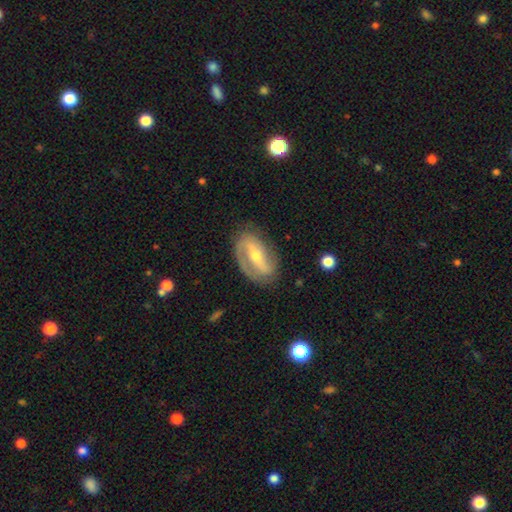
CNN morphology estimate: smooth-or-featured: featured or disk: 79% | smooth: 15% | star or artifact: 6%
  disk-edge-on: no: 93% | yes: 7%
    bar: strong: 53% | weak: 30% | no: 18%
    has-spiral-arms: yes: 87% | no: 13%
      spiral-winding: medium: 40% | tight: 33% | loose: 27%
      spiral-arm-count: 2: 76% | 1: 11% | can't tell: 9% | 3: 2% | 4: 1% | more than 4: 1%
    bulge-size: small: 50% | moderate: 46% | large: 2% | none: 1% | dominant: 1%
  merging: none: 76% | minor disturbance: 17% | major disturbance: 6% | merger: 1%